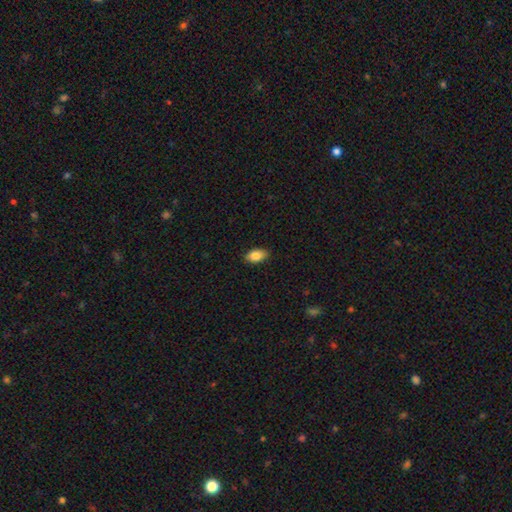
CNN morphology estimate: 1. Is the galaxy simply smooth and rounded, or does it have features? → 85% smooth, 8% featured or disk, 7% star or artifact.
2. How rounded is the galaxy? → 91% in between, 6% round, 3% cigar-shaped.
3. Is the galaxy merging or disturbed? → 88% none, 9% minor disturbance, 2% major disturbance, 1% merger.